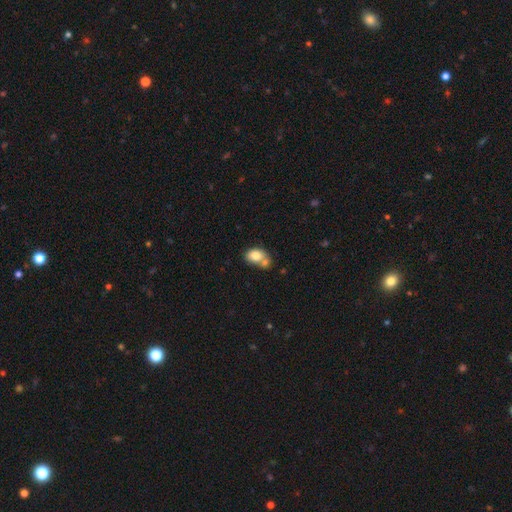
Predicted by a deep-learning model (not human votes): Smooth or featured? smooth (78%)
How rounded? in between (75%)
Merging? merger (46%)